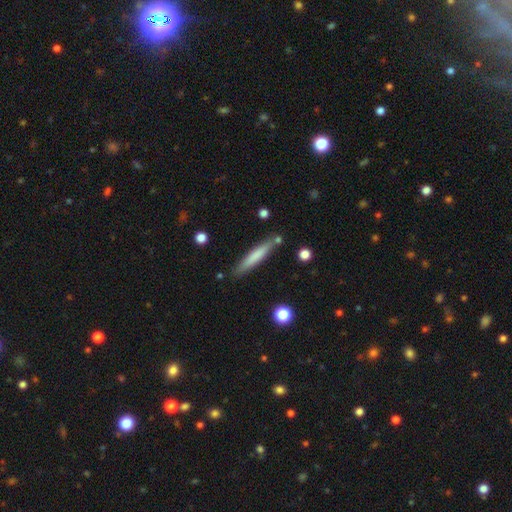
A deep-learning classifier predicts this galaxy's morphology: Smooth or featured? smooth (69%)
How rounded? cigar-shaped (93%)
Merging? none (83%)